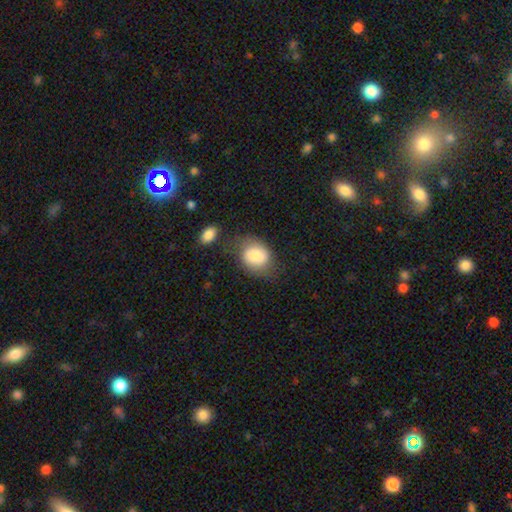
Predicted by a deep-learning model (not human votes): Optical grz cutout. It shows a smooth galaxy with no disk features (79%) that is in between round and cigar-shaped (54%). Merging: none (56%).